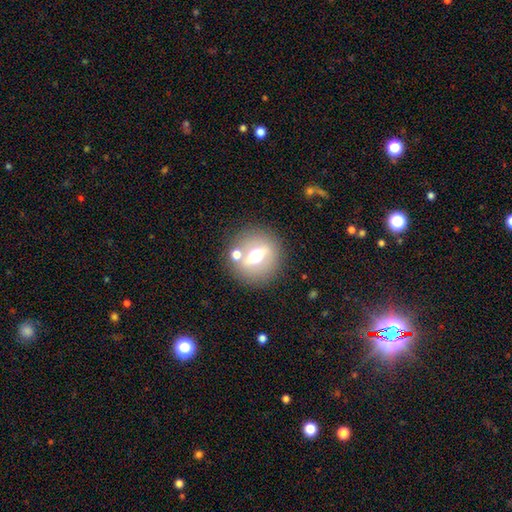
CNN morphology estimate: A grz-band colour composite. It shows a featured or disk galaxy (51%). Merging: none (74%).